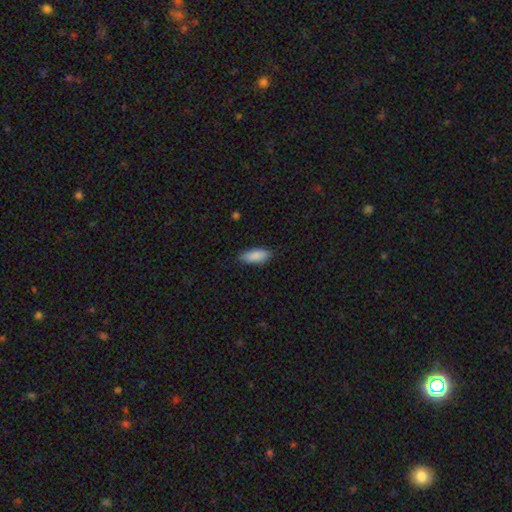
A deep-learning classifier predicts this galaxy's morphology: smooth 88%, star or artifact 6%, featured or disk 6%. Down the decision tree: how rounded — in between (76%); merging — none (84%).